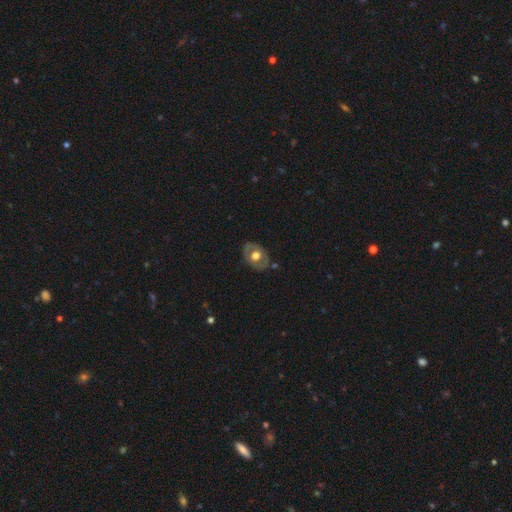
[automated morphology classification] Smooth or featured? Predicted: featured or disk (p=0.52). Edge-on disk? Predicted: no (p=0.92). Merging? Predicted: none (p=0.77).